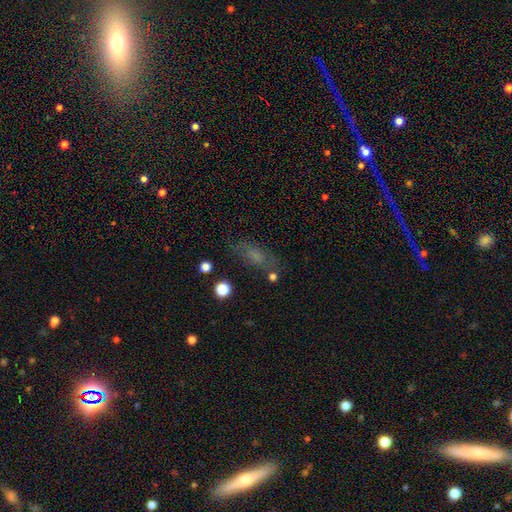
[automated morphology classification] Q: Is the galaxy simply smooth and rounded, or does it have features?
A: smooth — 56%.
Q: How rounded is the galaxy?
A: in between — 71%.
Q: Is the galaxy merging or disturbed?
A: none — 66%.